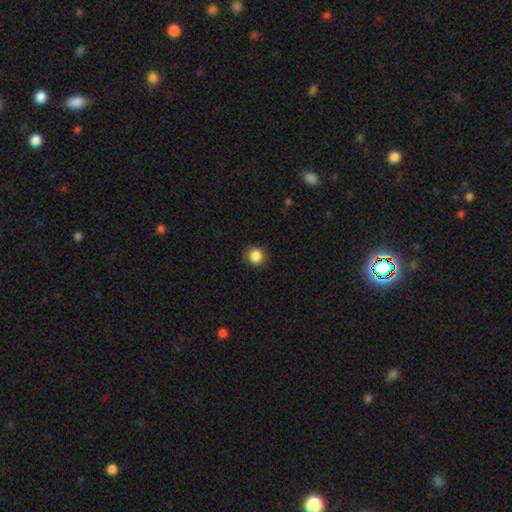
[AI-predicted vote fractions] smooth_or_featured: smooth (p=0.87) [alt: star or artifact p=0.10]
how_rounded: round (p=0.90) [alt: in between p=0.09]
merging: none (p=0.87) [alt: minor disturbance p=0.10]